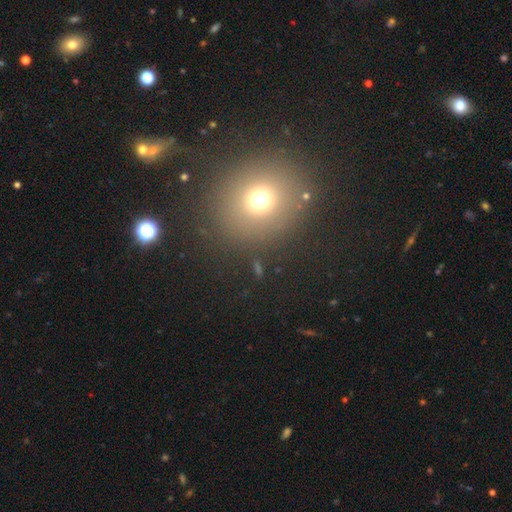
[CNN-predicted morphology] smooth_or_featured: smooth (p=0.61) [alt: star or artifact p=0.29]
how_rounded: round (p=0.86) [alt: in between p=0.13]
merging: none (p=0.88) [alt: minor disturbance p=0.07]